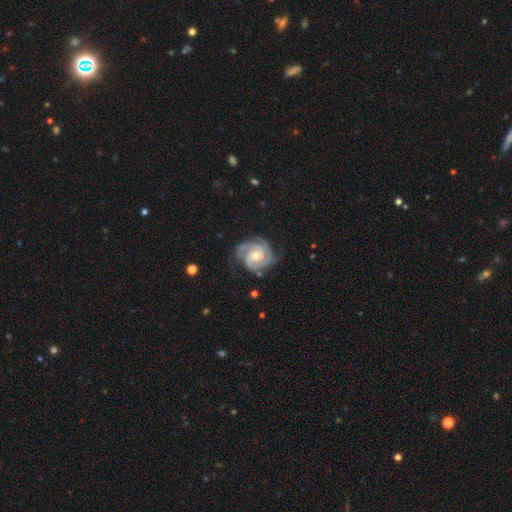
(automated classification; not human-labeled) Q: Smooth or featured?
A: featured or disk (93%); runner-up: star or artifact (4%)
Q: Edge-on disk?
A: no (98%); runner-up: yes (2%)
Q: Bar?
A: no (60%); runner-up: weak (31%)
Q: Spiral arms?
A: yes (99%); runner-up: no (1%)
Q: Spiral winding?
A: tight (69%); runner-up: medium (28%)
Q: Spiral arm count?
A: 3 (44%); runner-up: 2 (41%)
Q: Bulge size?
A: moderate (51%); runner-up: small (46%)
Q: Merging?
A: none (76%); runner-up: minor disturbance (18%)